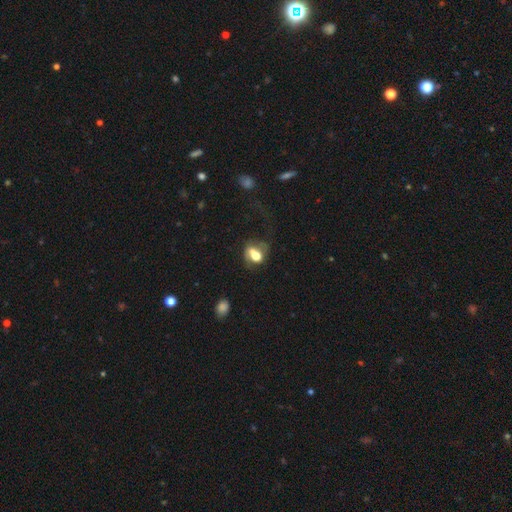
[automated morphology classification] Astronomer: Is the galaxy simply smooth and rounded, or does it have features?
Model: smooth — 58%.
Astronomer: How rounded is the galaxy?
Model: in between — 57% (runner-up: round, 41%).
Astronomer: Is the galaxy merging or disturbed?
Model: merger — 38% (runner-up: none, 29%).